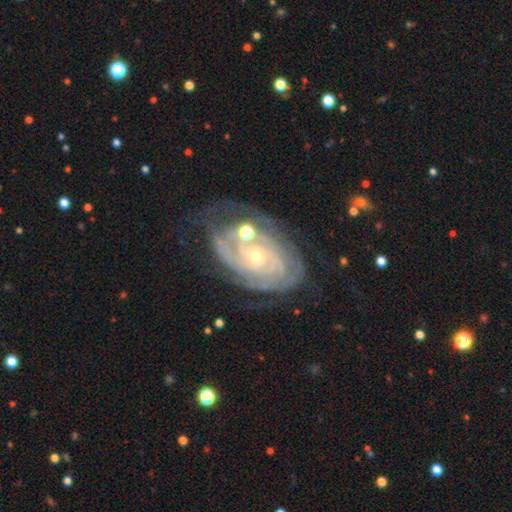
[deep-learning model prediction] This appears to be a featured or disk galaxy (86%) with no bar (74%), tight (76%) spiral arms (94%) and a small central bulge (72%). Merging: none (58%).